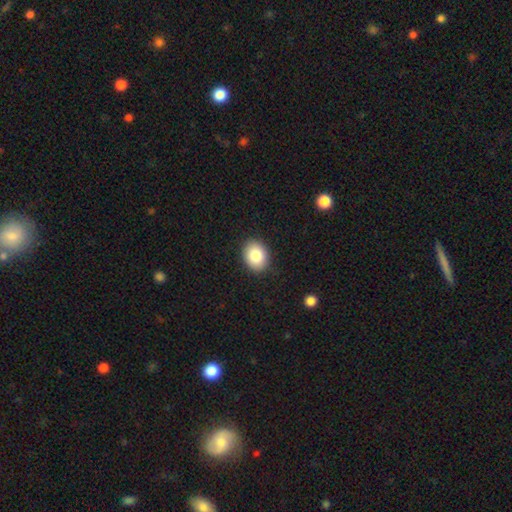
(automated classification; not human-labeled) This appears to be a smooth galaxy with no disk features (84%) that is in between round and cigar-shaped (59%). Merging: none (89%).